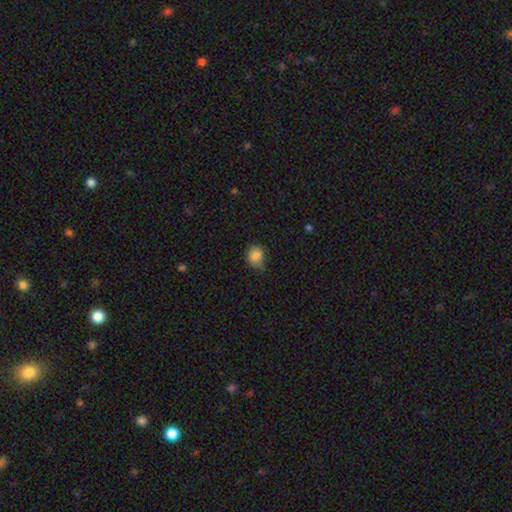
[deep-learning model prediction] This appears to be a smooth galaxy with no disk features (83%) that is round (54%). Merging: none (55%).